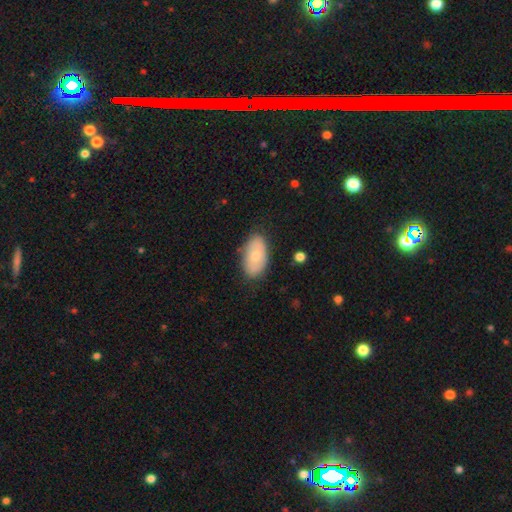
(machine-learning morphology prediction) Smooth or featured?
  - smooth: 65% *
  - featured or disk: 29%
  - star or artifact: 6%
How rounded?
  - in between: 93% *
  - round: 5%
  - cigar-shaped: 2%
Merging?
  - none: 80% *
  - minor disturbance: 16%
  - major disturbance: 3%
  - merger: 2%